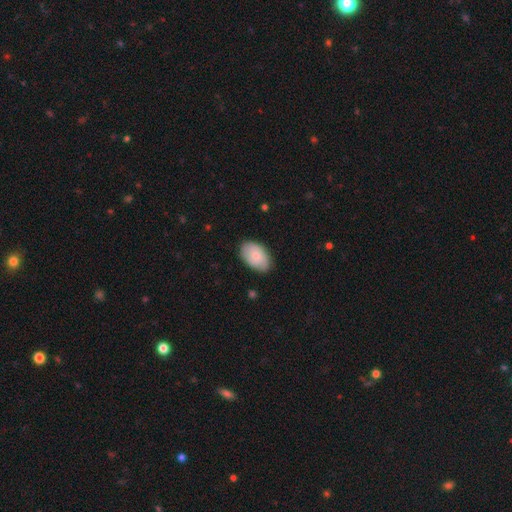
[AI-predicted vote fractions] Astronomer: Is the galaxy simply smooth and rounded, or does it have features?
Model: smooth — 69%.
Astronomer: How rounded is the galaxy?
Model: in between — 92%.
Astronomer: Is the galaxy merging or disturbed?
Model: none — 79%.